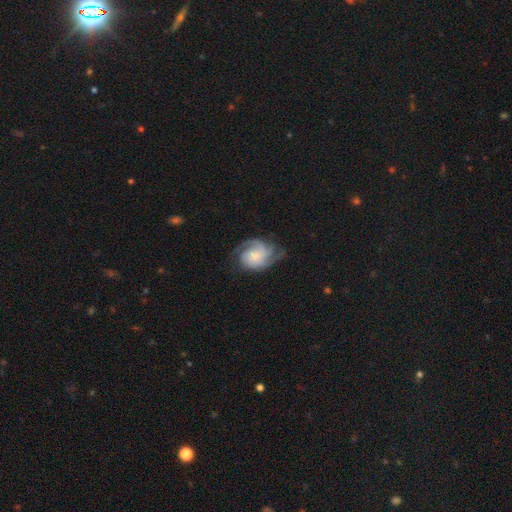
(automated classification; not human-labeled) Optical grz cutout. It shows a featured or disk galaxy (82%) with no bar (70%), 3 (39%) tight (46%) spiral arms (97%) and no central bulge (31%). Merging: none (66%).